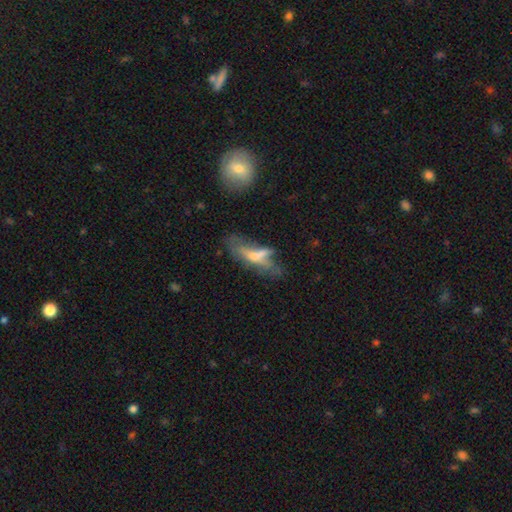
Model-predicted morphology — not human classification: smooth-or-featured: featured or disk: 46% | smooth: 43% | star or artifact: 11%
  merging: major disturbance: 37% | none: 28% | minor disturbance: 20% | merger: 15%